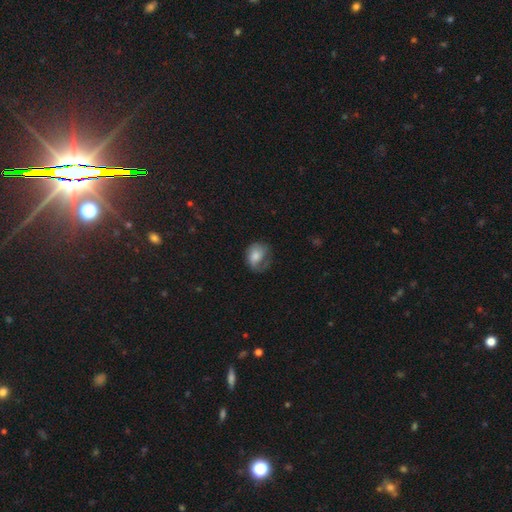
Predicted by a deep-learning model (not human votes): A smooth galaxy with no disk features (62%) that is in between round and cigar-shaped (55%).

Vote fractions:
- Smooth or featured? smooth: 62% / featured or disk: 30% / star or artifact: 8%
- How rounded? in between: 55% / round: 44% / cigar-shaped: 1%
- Merging? none: 41% / major disturbance: 29% / minor disturbance: 29% / merger: 2%